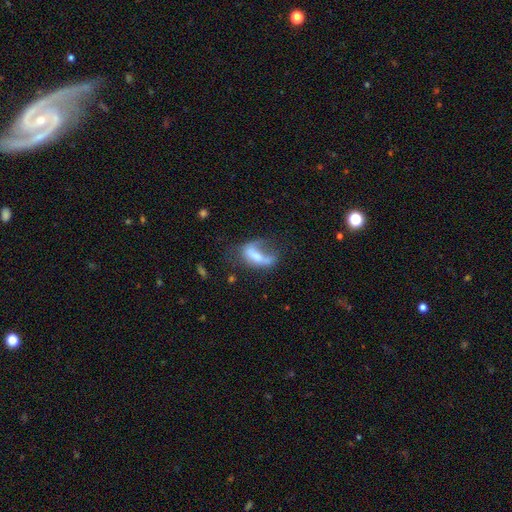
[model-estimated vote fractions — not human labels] Smooth or featured?
  - smooth: 53% *
  - featured or disk: 38%
  - star or artifact: 10%
How rounded?
  - in between: 78% *
  - cigar-shaped: 15%
  - round: 6%
Merging?
  - major disturbance: 47% *
  - none: 23%
  - minor disturbance: 19%
  - merger: 12%